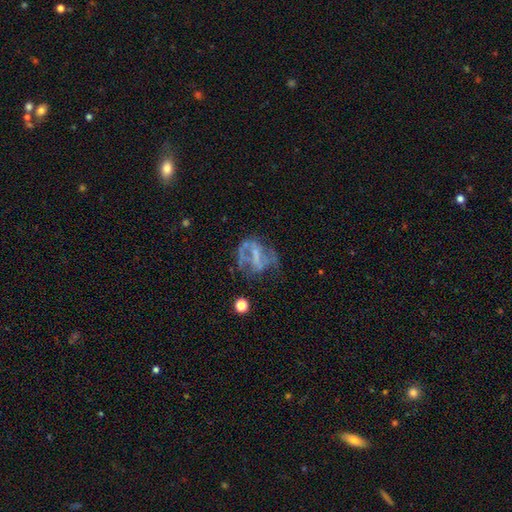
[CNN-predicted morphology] Smooth or featured? Predicted: featured or disk (p=0.65). Edge-on disk? Predicted: no (p=0.96). Bar? Predicted: no (p=0.40). Spiral arms? Predicted: no (p=0.64). Bulge size? Predicted: none (p=0.53). Merging? Predicted: none (p=0.39).